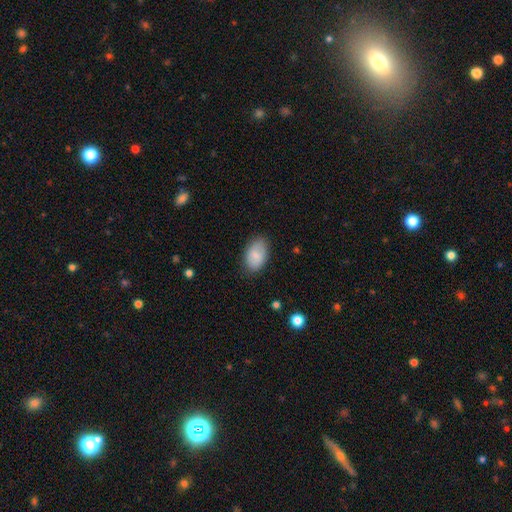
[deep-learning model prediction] smooth 83%, featured or disk 11%, star or artifact 6%. Down the decision tree: how rounded — in between (92%); merging — none (79%).